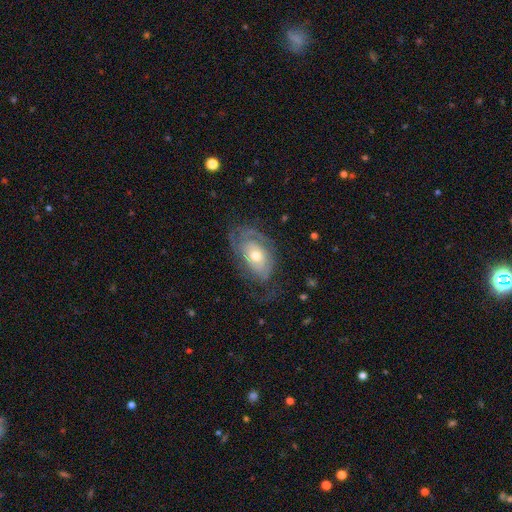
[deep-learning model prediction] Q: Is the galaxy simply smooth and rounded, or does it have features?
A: featured or disk — 76%.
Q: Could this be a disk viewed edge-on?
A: no — 94%.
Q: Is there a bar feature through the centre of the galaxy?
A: no — 78%.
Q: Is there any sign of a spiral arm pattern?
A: yes — 86%.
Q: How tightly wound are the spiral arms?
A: tight — 60%.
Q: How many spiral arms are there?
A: can't tell — 42%.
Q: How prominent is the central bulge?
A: moderate — 67%.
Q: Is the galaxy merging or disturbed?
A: none — 61%.